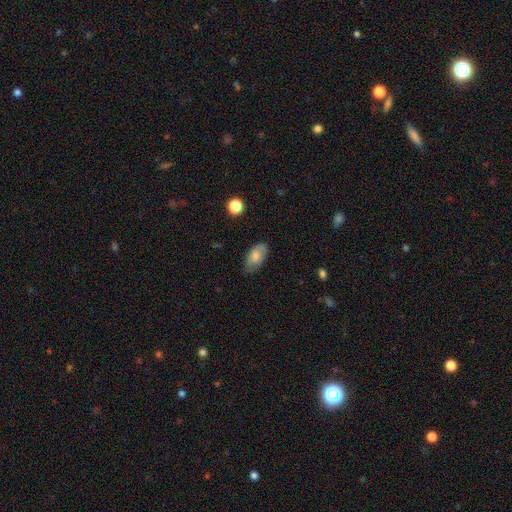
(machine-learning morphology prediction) Smooth or featured?
  - smooth: 73% *
  - featured or disk: 19%
  - star or artifact: 7%
How rounded?
  - in between: 93% *
  - round: 5%
  - cigar-shaped: 2%
Merging?
  - none: 70% *
  - minor disturbance: 24%
  - major disturbance: 5%
  - merger: 1%